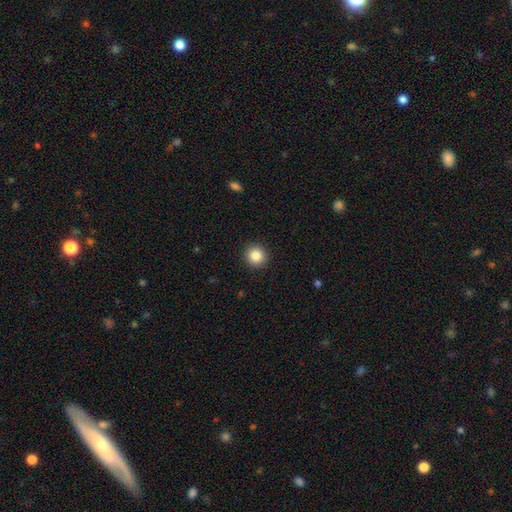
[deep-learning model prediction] Q: Smooth or featured?
A: smooth (85%); runner-up: star or artifact (10%)
Q: How rounded?
A: round (95%); runner-up: in between (4%)
Q: Merging?
A: none (93%); runner-up: minor disturbance (4%)